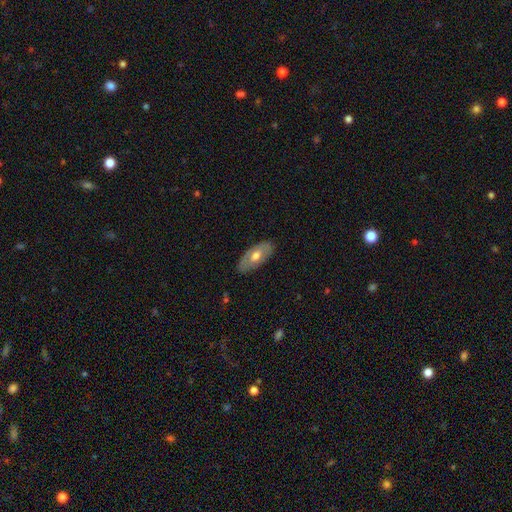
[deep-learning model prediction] smooth 52%, featured or disk 42%, star or artifact 6%. Down the decision tree: how rounded — in between (90%); merging — none (83%).